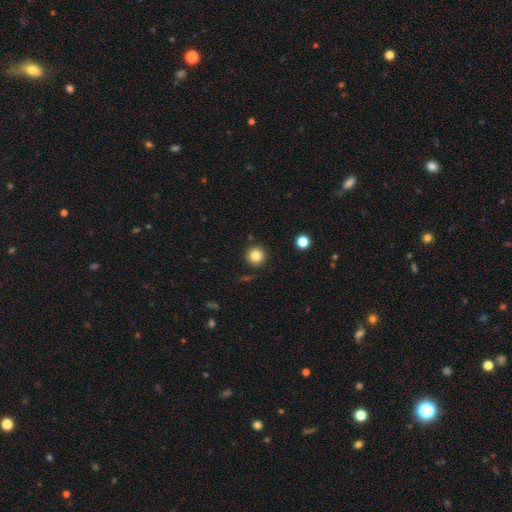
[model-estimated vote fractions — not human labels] A smooth galaxy with no disk features (83%) that is round (95%).

Vote fractions:
- Smooth or featured? smooth: 83% / star or artifact: 11% / featured or disk: 6%
- How rounded? round: 95% / in between: 4% / cigar-shaped: 1%
- Merging? none: 89% / minor disturbance: 6% / merger: 2% / major disturbance: 2%